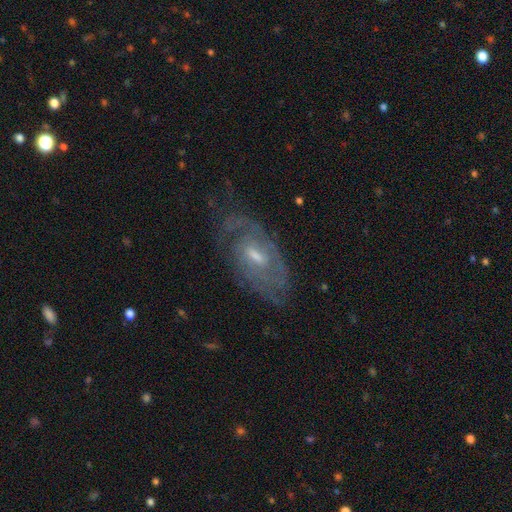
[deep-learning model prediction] A featured or disk galaxy (80%) with a weak bar (50%), tight (56%) spiral arms (89%) and a moderate central bulge (52%). Merging: none (71%).